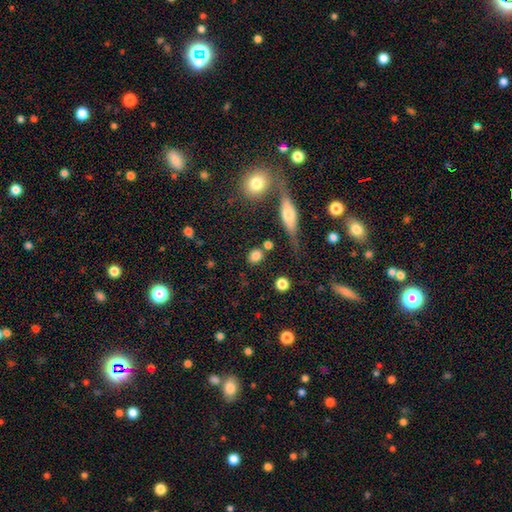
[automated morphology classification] Q: Smooth or featured?
A: smooth (82%); runner-up: star or artifact (10%)
Q: How rounded?
A: round (69%); runner-up: in between (28%)
Q: Merging?
A: none (77%); runner-up: minor disturbance (10%)